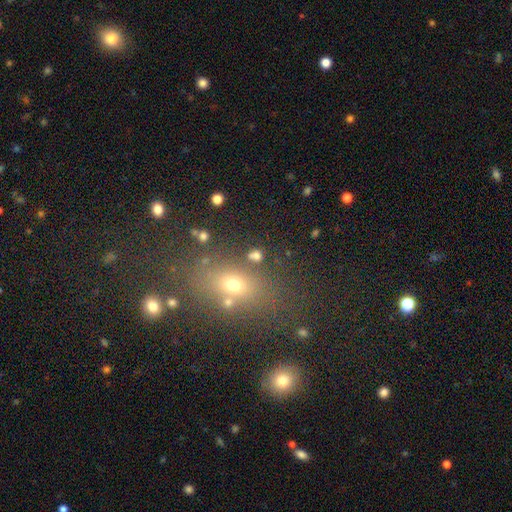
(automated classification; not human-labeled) The model was most divided on "how rounded": round: 52%, in between: 45%, cigar-shaped: 3%. More confident: merging — none (72%); smooth or featured — smooth (71%).